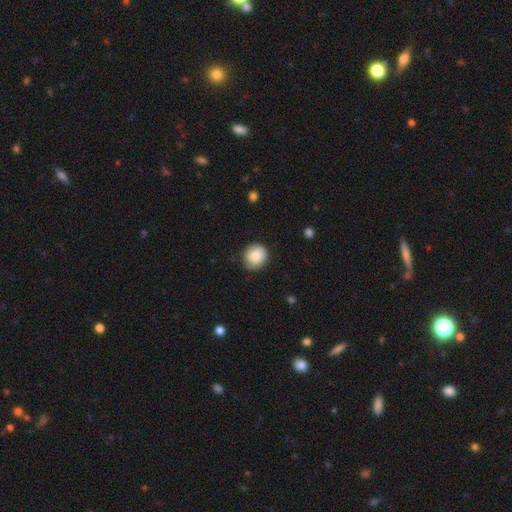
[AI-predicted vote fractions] Smooth or featured?
  - smooth: 86% *
  - star or artifact: 7%
  - featured or disk: 7%
How rounded?
  - round: 83% *
  - in between: 16%
  - cigar-shaped: 1%
Merging?
  - none: 82% *
  - minor disturbance: 14%
  - major disturbance: 3%
  - merger: 1%